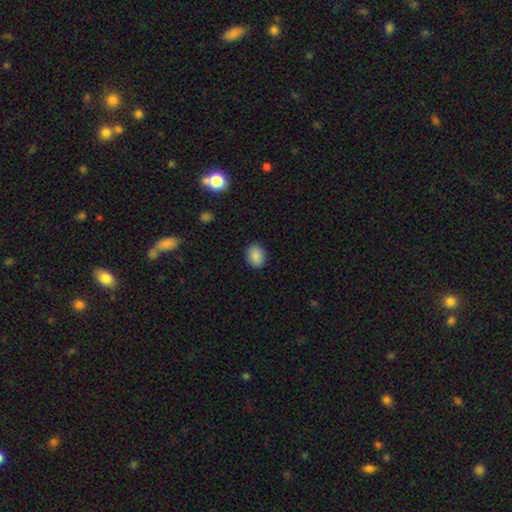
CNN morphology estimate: This appears to be a smooth galaxy with no disk features (88%) that is in between round and cigar-shaped (61%). Merging: none (88%).